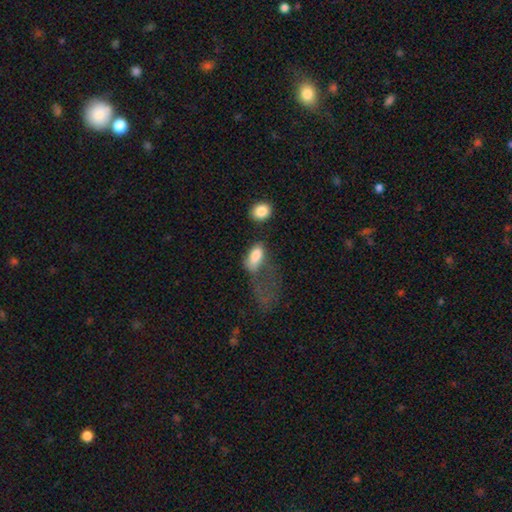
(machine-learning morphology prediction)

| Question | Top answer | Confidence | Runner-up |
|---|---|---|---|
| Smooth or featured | smooth | 78% | featured or disk (13%) |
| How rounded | in between | 87% | round (7%) |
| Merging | major disturbance | 54% | none (18%) |